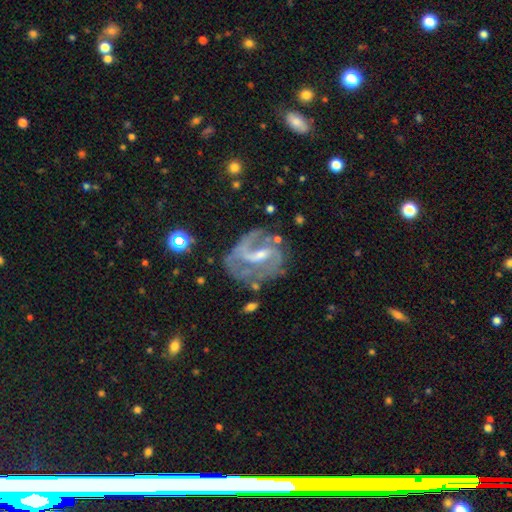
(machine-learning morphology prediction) The model was most divided on "bulge size": small: 54%, moderate: 35%, none: 8%, large: 2%, dominant: 1%. More confident: edge-on disk — no (98%); spiral arms — yes (92%); smooth or featured — featured or disk (86%); spiral arm count — 2 (71%); merging — none (58%); bar — weak (51%); spiral winding — medium (51%).